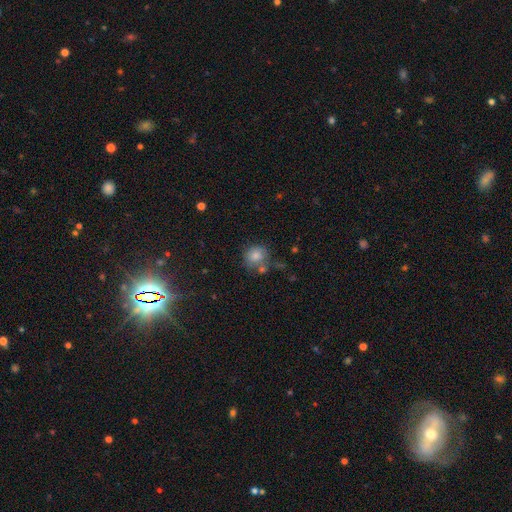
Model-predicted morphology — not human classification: A smooth galaxy with no disk features (80%) that is round (81%).

Vote fractions:
- Smooth or featured? smooth: 80% / star or artifact: 10% / featured or disk: 10%
- How rounded? round: 81% / in between: 18% / cigar-shaped: 1%
- Merging? none: 60% / merger: 17% / minor disturbance: 17% / major disturbance: 6%